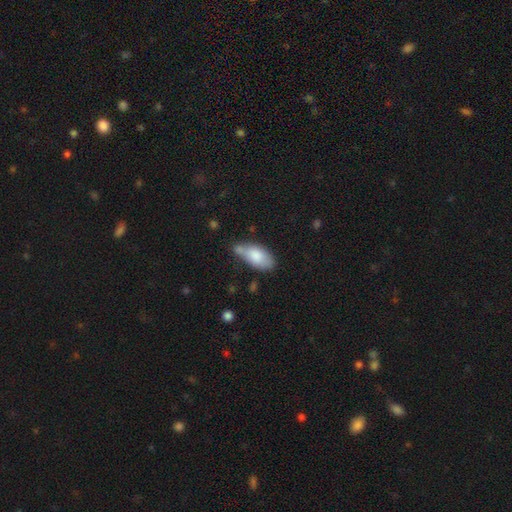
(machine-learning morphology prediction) The model was most divided on "merging": none: 44%, minor disturbance: 33%, merger: 14%, major disturbance: 9%. More confident: how rounded — in between (89%); smooth or featured — smooth (79%).